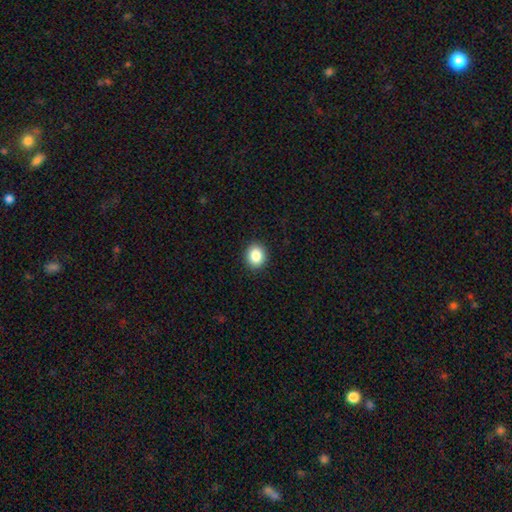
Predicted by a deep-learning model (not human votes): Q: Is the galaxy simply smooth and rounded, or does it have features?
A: smooth — 86%.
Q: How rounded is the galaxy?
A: round — 72%.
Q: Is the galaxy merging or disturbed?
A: none — 91%.